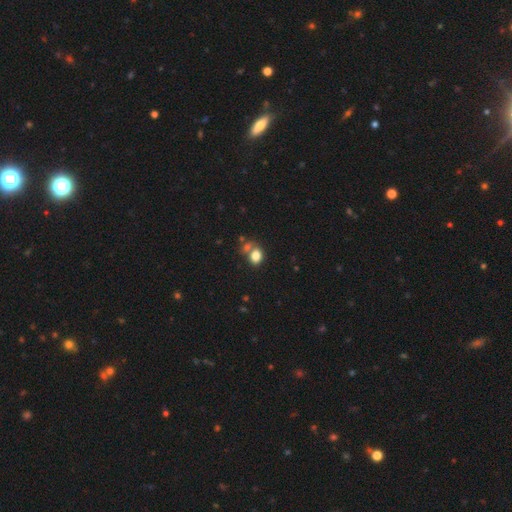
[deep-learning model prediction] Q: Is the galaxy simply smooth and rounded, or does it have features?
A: smooth — 80%.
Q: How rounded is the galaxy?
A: in between — 63%.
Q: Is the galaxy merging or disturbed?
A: none — 48%.